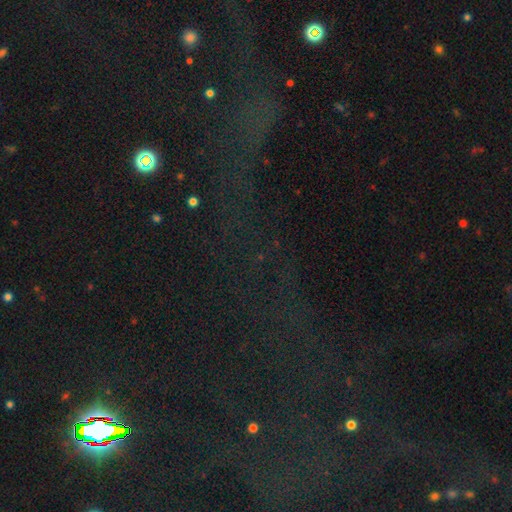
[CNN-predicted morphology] The model was most divided on "smooth or featured": star or artifact: 76%, smooth: 13%, featured or disk: 12%.